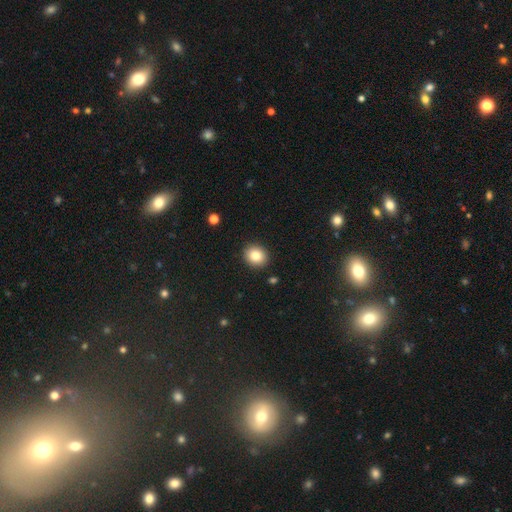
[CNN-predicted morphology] Q: Smooth or featured?
A: smooth (84%); runner-up: star or artifact (9%)
Q: How rounded?
A: round (72%); runner-up: in between (28%)
Q: Merging?
A: none (90%); runner-up: minor disturbance (7%)